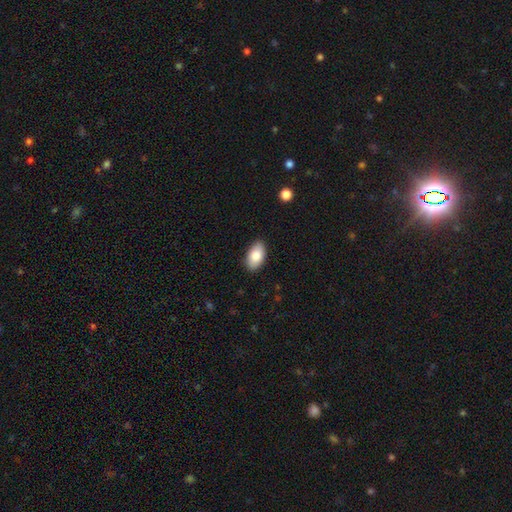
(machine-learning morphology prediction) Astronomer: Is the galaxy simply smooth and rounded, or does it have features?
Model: smooth — 84%.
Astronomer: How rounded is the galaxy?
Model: in between — 94%.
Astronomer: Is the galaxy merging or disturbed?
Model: none — 88%.